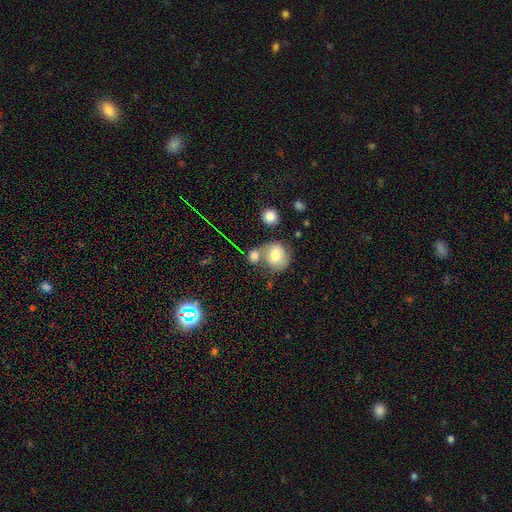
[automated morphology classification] Smooth or featured: smooth — 55% (featured or disk — 26%)
How rounded: round — 65% (in between — 33%)
Merging: none — 51% (merger — 31%)